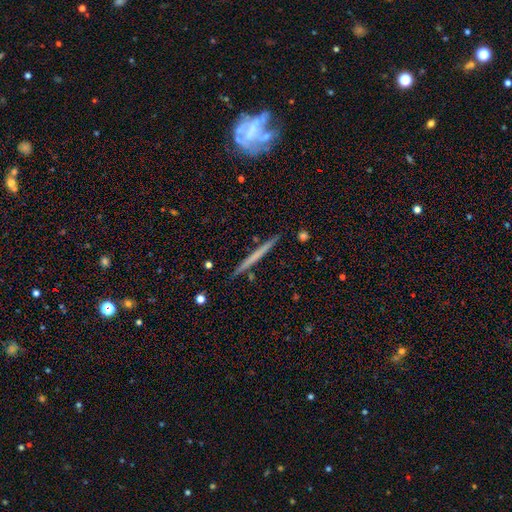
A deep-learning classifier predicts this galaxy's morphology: A featured or disk galaxy (48%). Merging: none (91%).